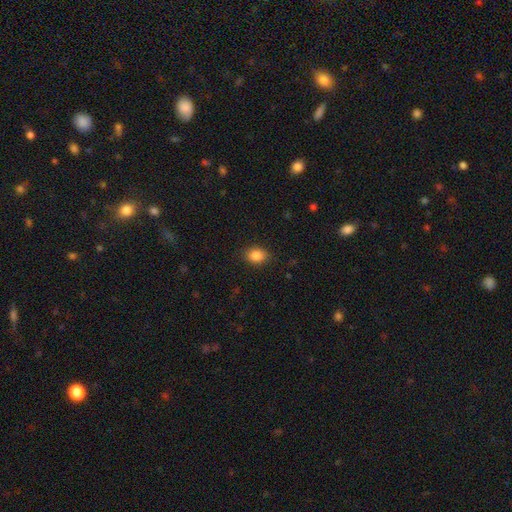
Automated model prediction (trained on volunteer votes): smooth 86%, star or artifact 9%, featured or disk 5%. Down the decision tree: how rounded — in between (68%); merging — none (86%).